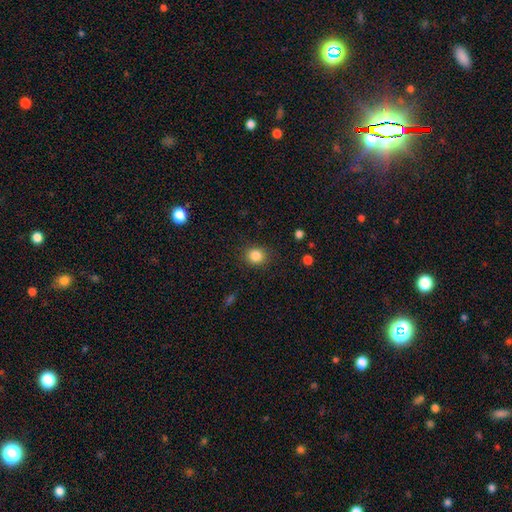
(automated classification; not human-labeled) Smooth or featured: smooth — 84% (star or artifact — 11%)
How rounded: round — 78% (in between — 21%)
Merging: none — 87% (minor disturbance — 8%)